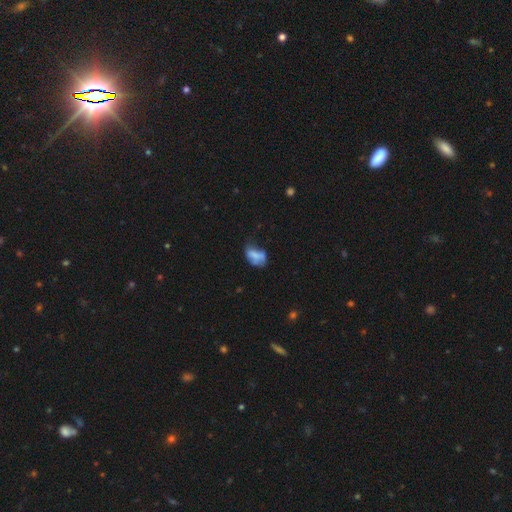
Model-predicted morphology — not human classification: A smooth galaxy with no disk features (63%) that is in between round and cigar-shaped (87%). Merging: minor disturbance (34%).